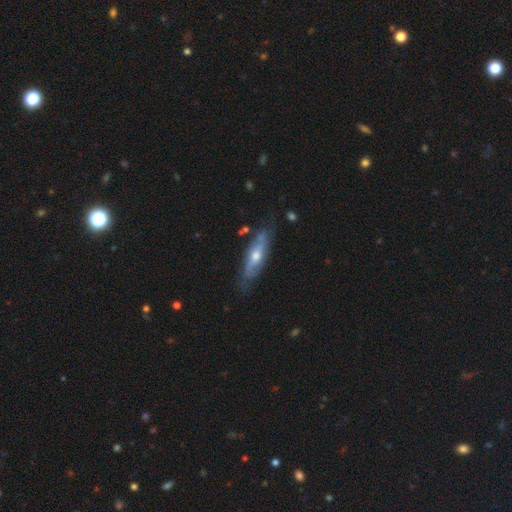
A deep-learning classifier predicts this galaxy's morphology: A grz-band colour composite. It shows a featured or disk galaxy (63%). Merging: none (72%).